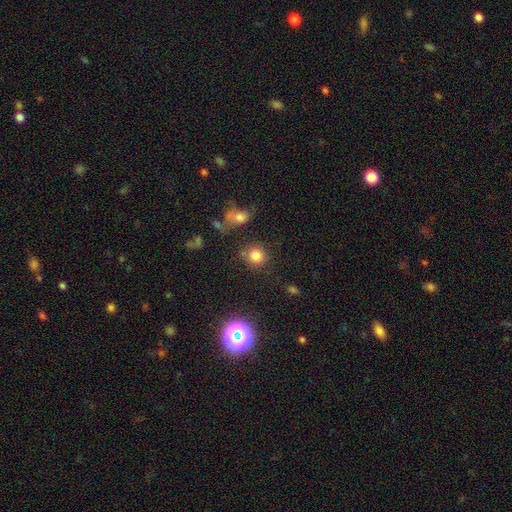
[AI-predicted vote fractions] Smooth or featured? Predicted: smooth (p=0.80). How rounded? Predicted: round (p=0.87). Merging? Predicted: none (p=0.77).